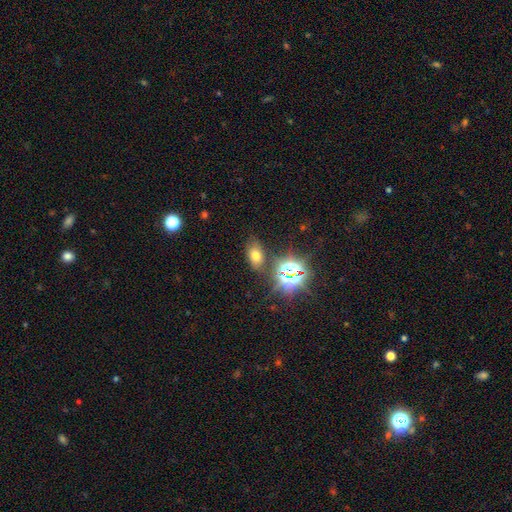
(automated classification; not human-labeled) Overall: smooth (58%; star or artifact 30%). How rounded: in between (84%). Merging: none (77%).